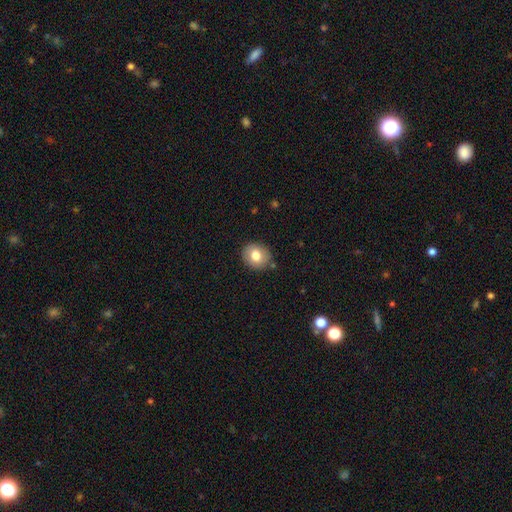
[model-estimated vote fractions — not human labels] Smooth or featured?
  - smooth: 78% *
  - featured or disk: 13%
  - star or artifact: 9%
How rounded?
  - round: 68% *
  - in between: 32%
  - cigar-shaped: 1%
Merging?
  - none: 85% *
  - minor disturbance: 10%
  - major disturbance: 2%
  - merger: 2%